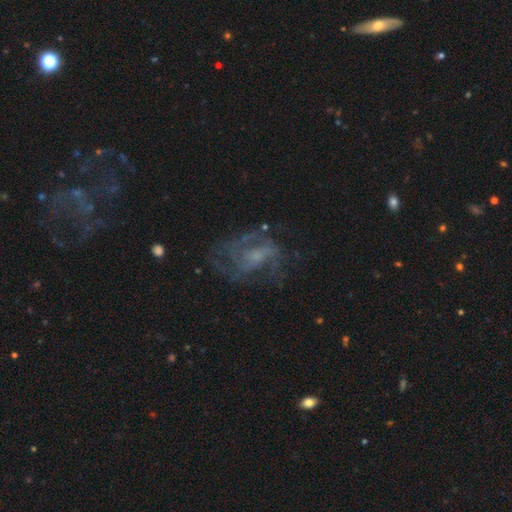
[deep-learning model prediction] Smooth or featured?
  - featured or disk: 75% *
  - smooth: 14%
  - star or artifact: 11%
Edge-on disk?
  - no: 97% *
  - yes: 3%
Bar?
  - no: 50% *
  - weak: 40%
  - strong: 10%
Spiral arms?
  - yes: 82% *
  - no: 18%
Spiral winding?
  - medium: 46% *
  - tight: 28%
  - loose: 25%
Spiral arm count?
  - can't tell: 33% *
  - 2: 29%
  - 3: 20%
  - 4: 7%
  - 1: 6%
  - more than 4: 4%
Bulge size?
  - small: 47% *
  - moderate: 25%
  - none: 24%
  - large: 3%
  - dominant: 1%
Merging?
  - none: 56% *
  - major disturbance: 23%
  - minor disturbance: 18%
  - merger: 2%